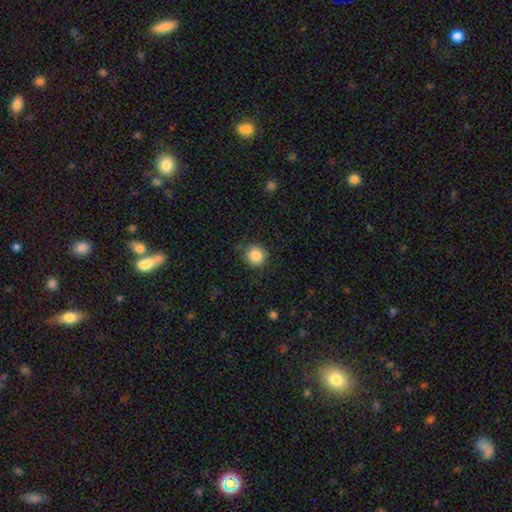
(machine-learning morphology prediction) The model was most divided on "merging": none: 85%, minor disturbance: 11%, major disturbance: 3%, merger: 1%. More confident: how rounded — round (93%); smooth or featured — smooth (86%).